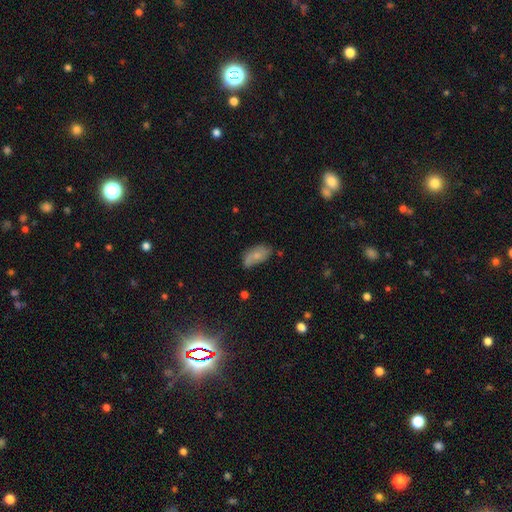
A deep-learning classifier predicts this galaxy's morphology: This is likely a smooth galaxy (62%). How rounded: clearly in between (92%). Merging: possibly none (52%).